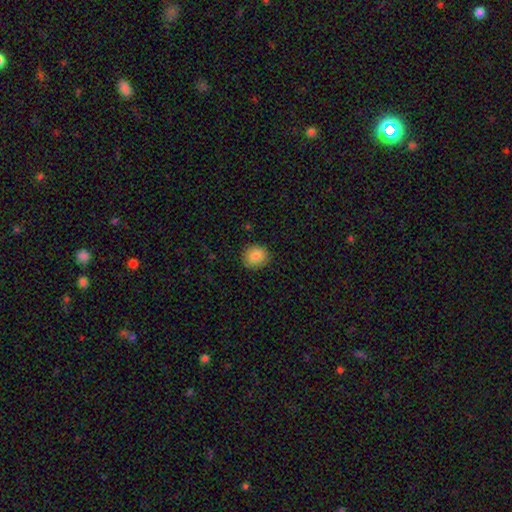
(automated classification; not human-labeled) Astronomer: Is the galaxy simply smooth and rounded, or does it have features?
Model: smooth — 87%.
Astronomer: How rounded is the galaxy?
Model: round — 79%.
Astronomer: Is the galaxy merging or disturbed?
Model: none — 87%.